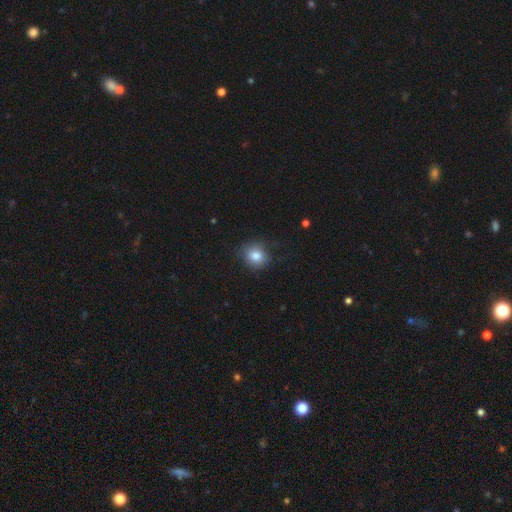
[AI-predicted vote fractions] This is clearly a smooth galaxy (83%). How rounded: likely round (75%). Merging: likely none (77%).